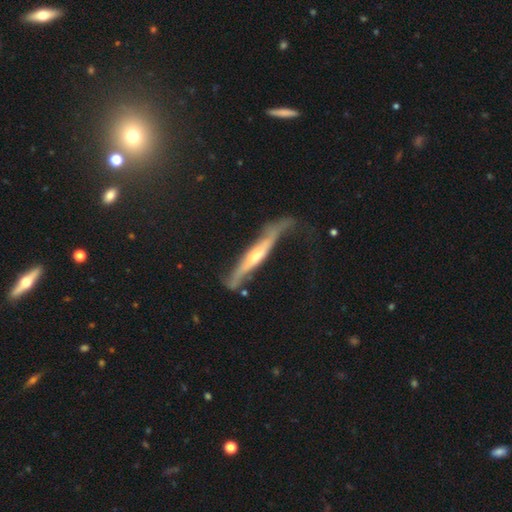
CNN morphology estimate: smooth-or-featured: featured or disk: 70% | smooth: 24% | star or artifact: 6%
  disk-edge-on: yes: 80% | no: 20%
    edge-on-bulge: rounded: 67% | none: 21% | boxy: 12%
  merging: none: 43% | minor disturbance: 29% | major disturbance: 22% | merger: 5%